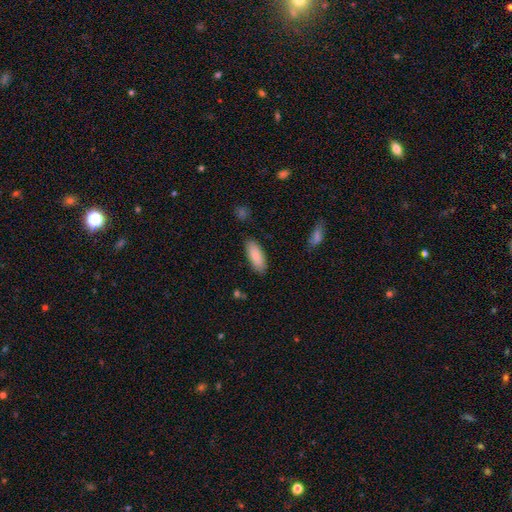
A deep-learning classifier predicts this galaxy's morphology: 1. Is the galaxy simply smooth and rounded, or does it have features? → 85% smooth, 9% featured or disk, 6% star or artifact.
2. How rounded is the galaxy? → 74% in between, 24% cigar-shaped, 2% round.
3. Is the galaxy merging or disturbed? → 86% none, 10% minor disturbance, 2% major disturbance, 2% merger.